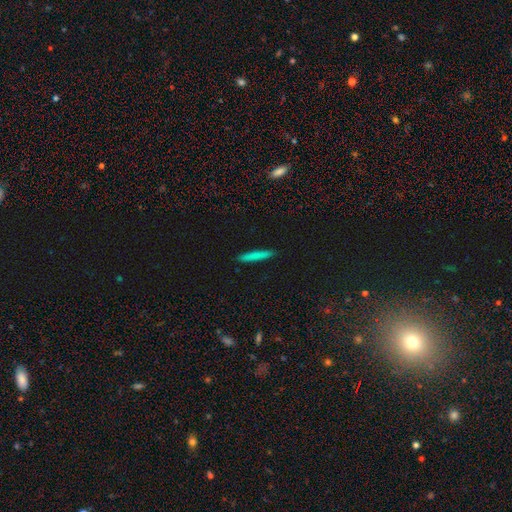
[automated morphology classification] This is likely a smooth galaxy (77%). How rounded: clearly cigar-shaped (95%). Merging: clearly none (91%).